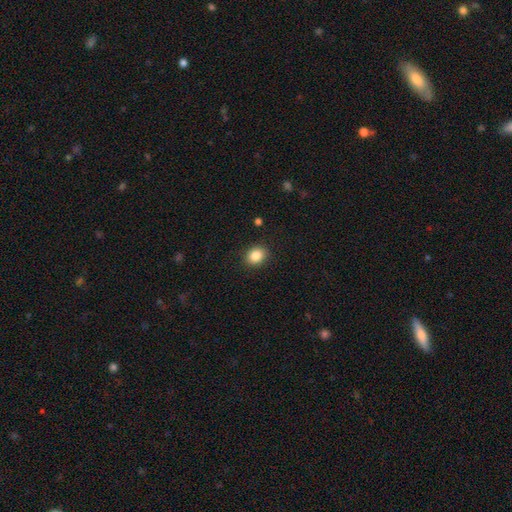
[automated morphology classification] The model was most divided on "how rounded": round: 52%, in between: 47%, cigar-shaped: 1%. More confident: merging — none (89%); smooth or featured — smooth (86%).